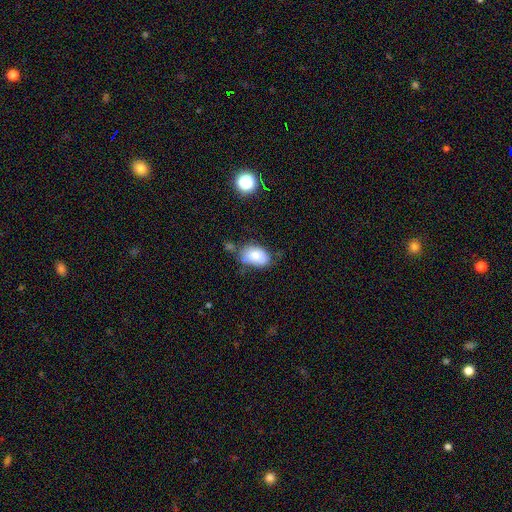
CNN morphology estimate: A smooth galaxy with no disk features (79%) that is in between round and cigar-shaped (88%).

Vote fractions:
- Smooth or featured? smooth: 79% / featured or disk: 12% / star or artifact: 9%
- How rounded? in between: 88% / round: 11% / cigar-shaped: 1%
- Merging? none: 58% / minor disturbance: 28% / merger: 7% / major disturbance: 7%